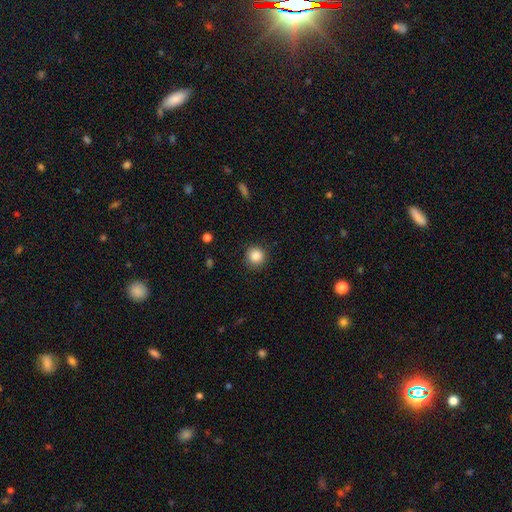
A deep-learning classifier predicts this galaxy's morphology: smooth-or-featured: smooth: 86% | star or artifact: 10% | featured or disk: 4%
  how-rounded: round: 93% | in between: 6% | cigar-shaped: 1%
  merging: none: 87% | minor disturbance: 9% | major disturbance: 3% | merger: 1%